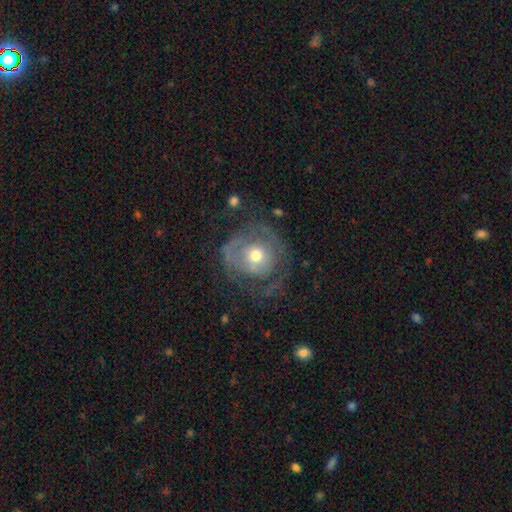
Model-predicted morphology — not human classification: The model was most divided on "spiral arms": yes: 55%, no: 45%. Remaining: edge-on disk — no (96%); bar — no (84%); bulge size — moderate (67%); smooth or featured — featured or disk (57%); merging — none (50%).